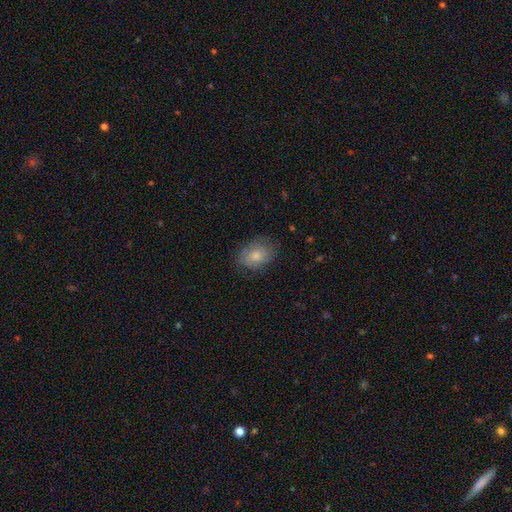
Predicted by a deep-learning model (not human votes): This appears to be a smooth galaxy with no disk features (74%) that is in between round and cigar-shaped (72%). Merging: none (72%).